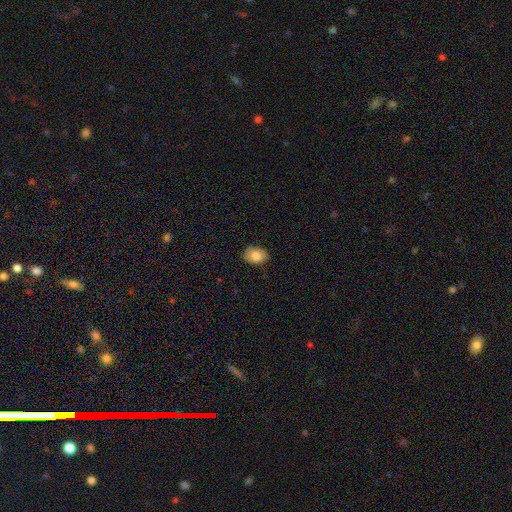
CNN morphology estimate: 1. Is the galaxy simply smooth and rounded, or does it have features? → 83% smooth, 9% featured or disk, 8% star or artifact.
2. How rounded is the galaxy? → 77% in between, 22% round, 1% cigar-shaped.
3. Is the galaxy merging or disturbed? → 84% none, 13% minor disturbance, 2% major disturbance, 1% merger.